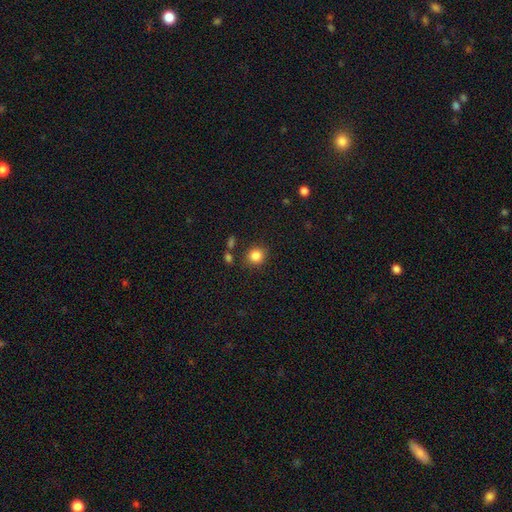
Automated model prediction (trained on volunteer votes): This appears to be a smooth galaxy with no disk features (85%) that is round (87%). Merging: none (83%).